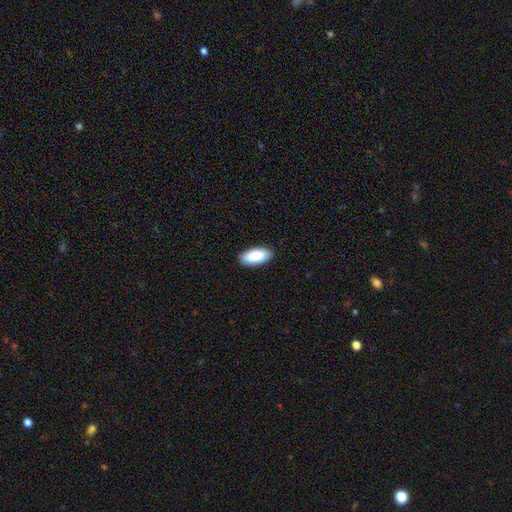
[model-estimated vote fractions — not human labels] A smooth galaxy with no disk features (90%) that is in between round and cigar-shaped (92%). Merging: none (90%).